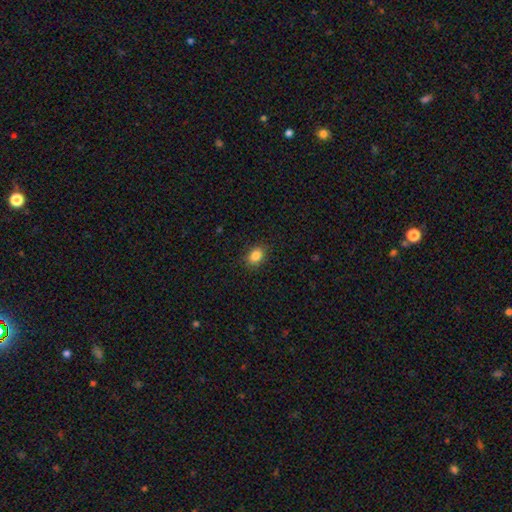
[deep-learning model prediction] A smooth galaxy with no disk features (85%) that is in between round and cigar-shaped (68%). Merging: none (88%).